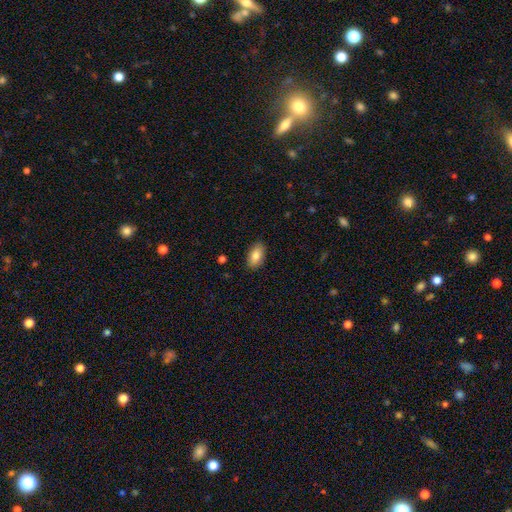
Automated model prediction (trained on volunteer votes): A smooth galaxy with no disk features (83%) that is in between round and cigar-shaped (92%). Merging: none (88%).